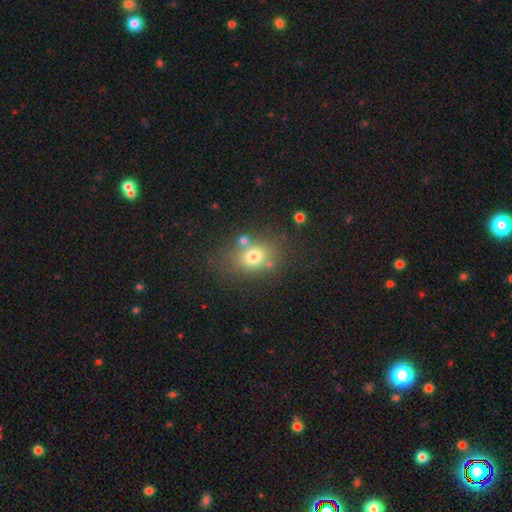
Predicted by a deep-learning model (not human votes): A smooth galaxy with no disk features (62%) that is in between round and cigar-shaped (53%).

Vote fractions:
- Smooth or featured? smooth: 62% / star or artifact: 26% / featured or disk: 12%
- How rounded? in between: 53% / round: 45% / cigar-shaped: 2%
- Merging? none: 70% / minor disturbance: 14% / merger: 11% / major disturbance: 5%